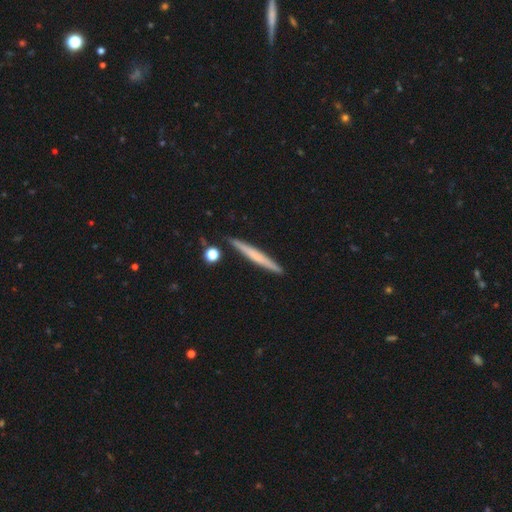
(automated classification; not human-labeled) smooth-or-featured: smooth: 49% | featured or disk: 45% | star or artifact: 6%
  merging: none: 89% | minor disturbance: 7% | merger: 3% | major disturbance: 2%